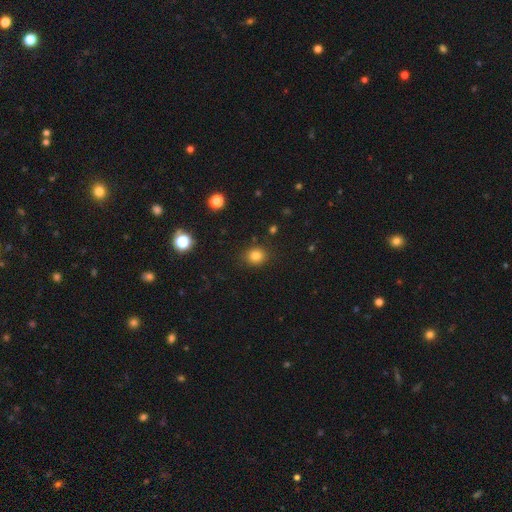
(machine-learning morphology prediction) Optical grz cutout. It shows a smooth galaxy with no disk features (83%) that is round (73%). Merging: none (87%).